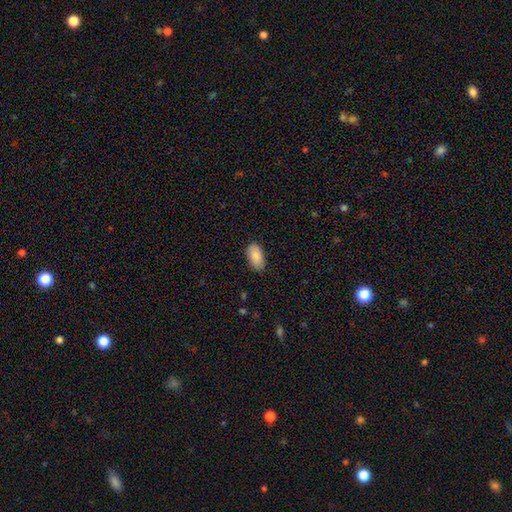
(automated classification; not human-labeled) The model was most divided on "merging": none: 84%, minor disturbance: 13%, major disturbance: 2%, merger: 1%. More confident: how rounded — in between (94%); smooth or featured — smooth (86%).